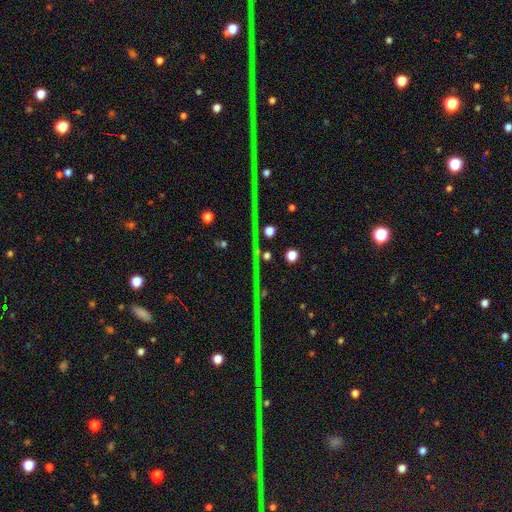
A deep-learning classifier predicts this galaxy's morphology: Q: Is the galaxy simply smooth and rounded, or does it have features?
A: star or artifact — 85%.